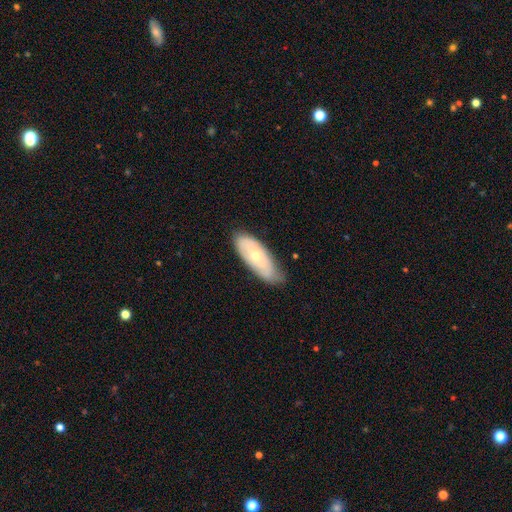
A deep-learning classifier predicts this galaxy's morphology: smooth 48%, featured or disk 45%, star or artifact 6%. Down the decision tree: merging — none (67%).